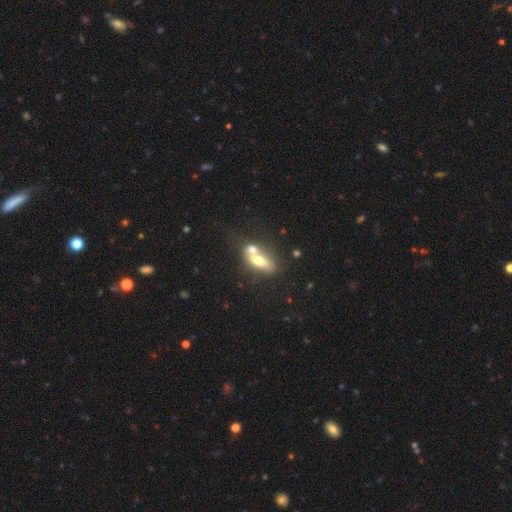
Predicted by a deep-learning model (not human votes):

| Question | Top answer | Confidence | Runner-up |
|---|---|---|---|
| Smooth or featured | smooth | 54% | featured or disk (36%) |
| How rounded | in between | 65% | cigar-shaped (23%) |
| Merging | merger | 58% | none (27%) |